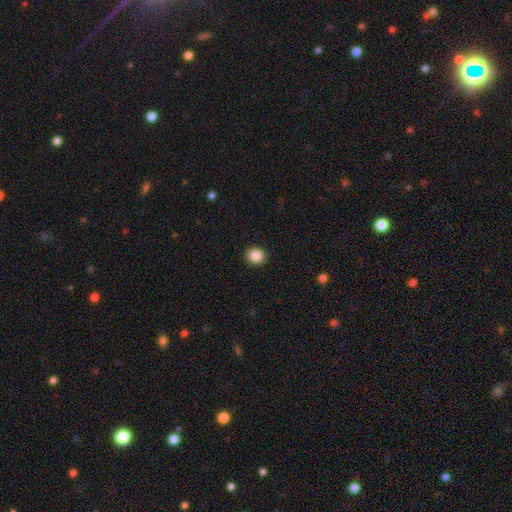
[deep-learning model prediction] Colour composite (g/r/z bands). It shows a smooth galaxy with no disk features (86%) that is round (88%). Merging: none (92%).